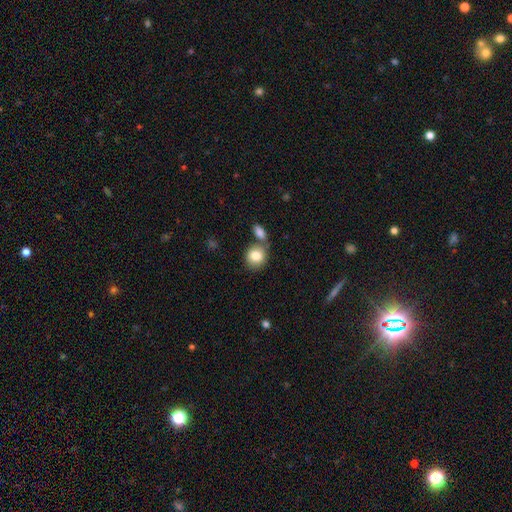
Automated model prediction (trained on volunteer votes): A smooth galaxy with no disk features (84%) that is round (70%). Merging: none (57%).